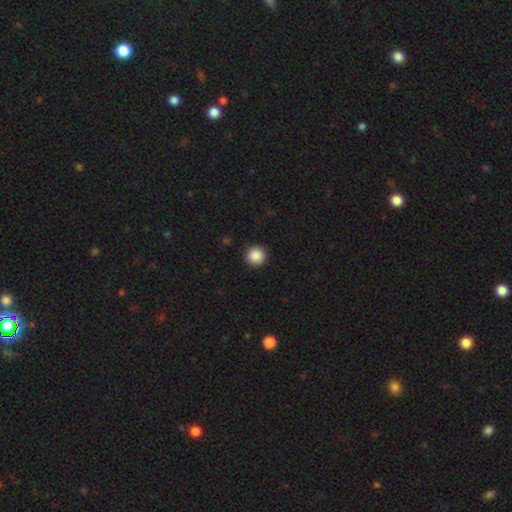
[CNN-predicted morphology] The model was most divided on "smooth or featured": smooth: 88%, star or artifact: 9%, featured or disk: 3%. More confident: how rounded — round (95%); merging — none (92%).